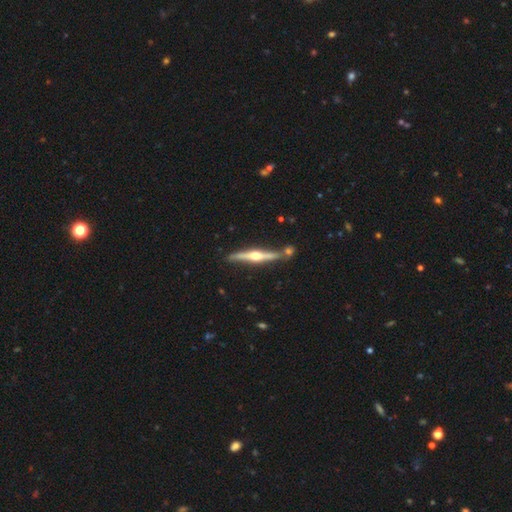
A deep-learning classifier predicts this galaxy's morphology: Overall: featured or disk (78%). Edge-on disk: yes (97%). Edge-on bulge: rounded (94%). Merging: none (75%).